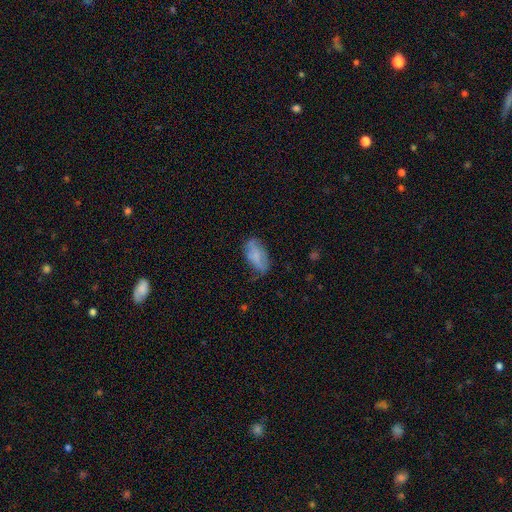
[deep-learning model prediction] smooth-or-featured: smooth: 70% | featured or disk: 22% | star or artifact: 8%
  how-rounded: in between: 91% | cigar-shaped: 6% | round: 3%
  merging: none: 59% | minor disturbance: 29% | major disturbance: 9% | merger: 2%